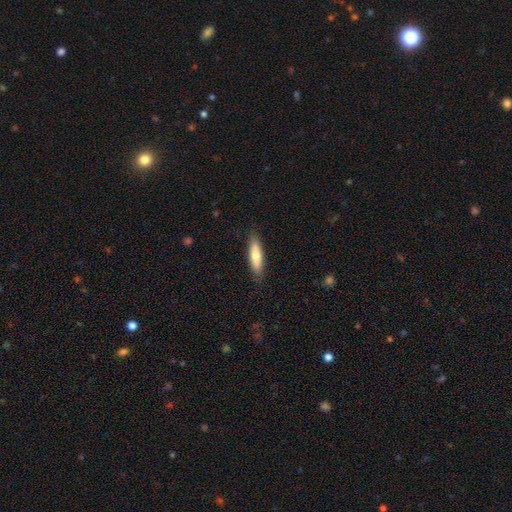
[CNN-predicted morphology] This is likely a smooth galaxy (71%). How rounded: likely cigar-shaped (66%). Merging: clearly none (87%).